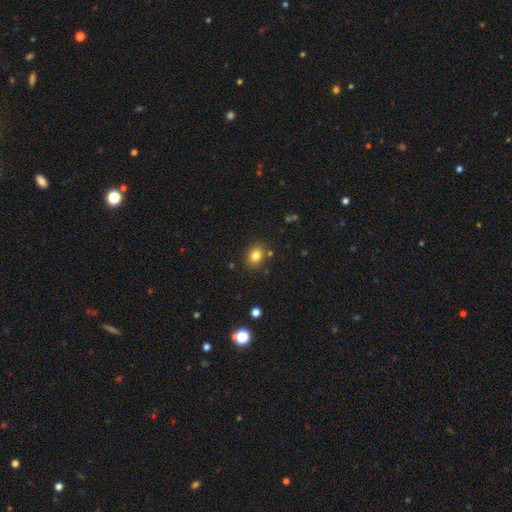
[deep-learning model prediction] smooth_or_featured: smooth (p=0.82) [alt: star or artifact p=0.11]
how_rounded: in between (p=0.59) [alt: round p=0.40]
merging: none (p=0.82) [alt: minor disturbance p=0.11]